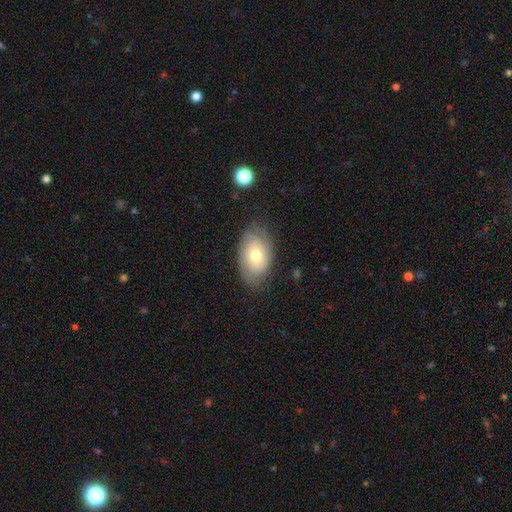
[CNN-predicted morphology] type=smooth (52%); roundness=in between (87%); merging=none (75%).